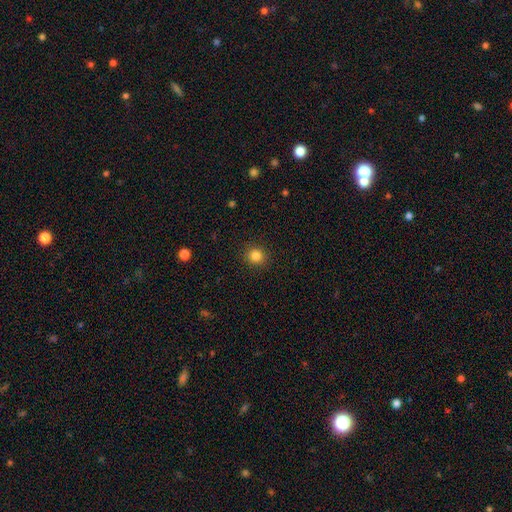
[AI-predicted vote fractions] Overall: smooth (83%). How rounded: round (91%). Merging: none (92%).